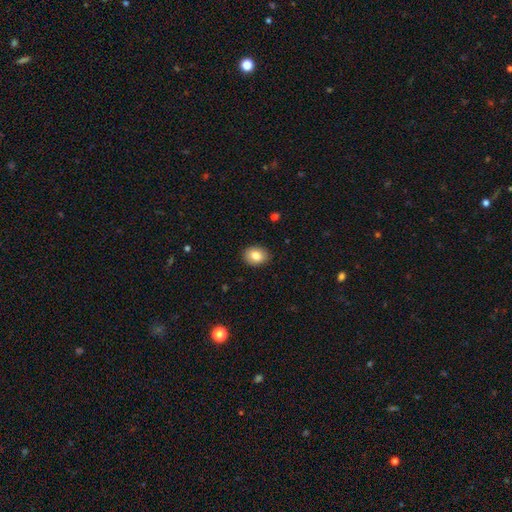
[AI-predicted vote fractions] Q: Smooth or featured?
A: smooth (84%); runner-up: star or artifact (8%)
Q: How rounded?
A: in between (59%); runner-up: round (40%)
Q: Merging?
A: none (89%); runner-up: minor disturbance (8%)